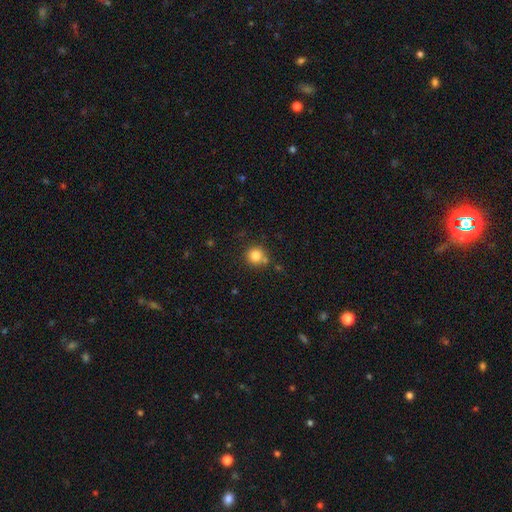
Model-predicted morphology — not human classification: Smooth or featured: smooth — 82% (star or artifact — 11%)
How rounded: round — 92% (in between — 7%)
Merging: none — 71% (merger — 13%)